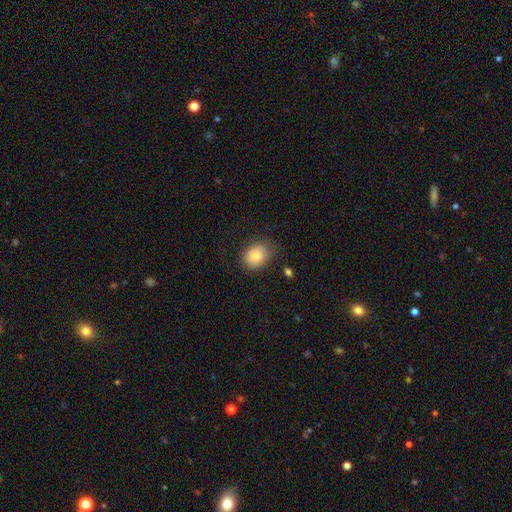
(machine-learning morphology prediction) Smooth or featured? smooth (84%)
How rounded? in between (54%)
Merging? none (73%)